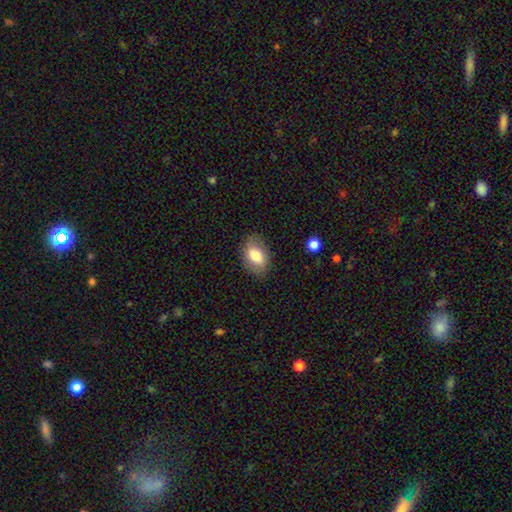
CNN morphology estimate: A smooth galaxy with no disk features (73%) that is in between round and cigar-shaped (87%).

Vote fractions:
- Smooth or featured? smooth: 73% / featured or disk: 19% / star or artifact: 7%
- How rounded? in between: 87% / round: 12% / cigar-shaped: 2%
- Merging? none: 82% / minor disturbance: 13% / major disturbance: 4% / merger: 1%